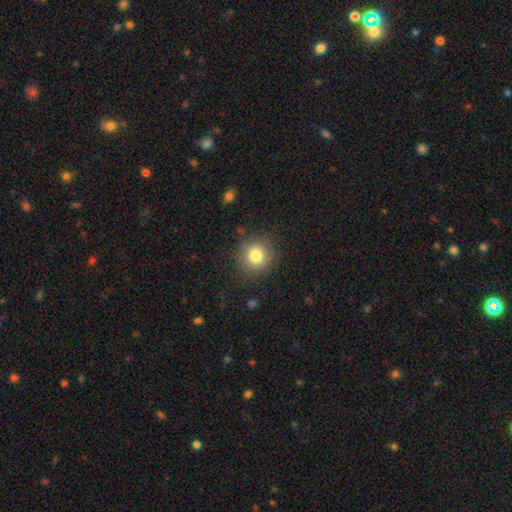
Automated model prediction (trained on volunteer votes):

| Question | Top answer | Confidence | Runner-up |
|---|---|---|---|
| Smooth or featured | smooth | 81% | star or artifact (11%) |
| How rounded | round | 91% | in between (8%) |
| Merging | none | 86% | minor disturbance (9%) |